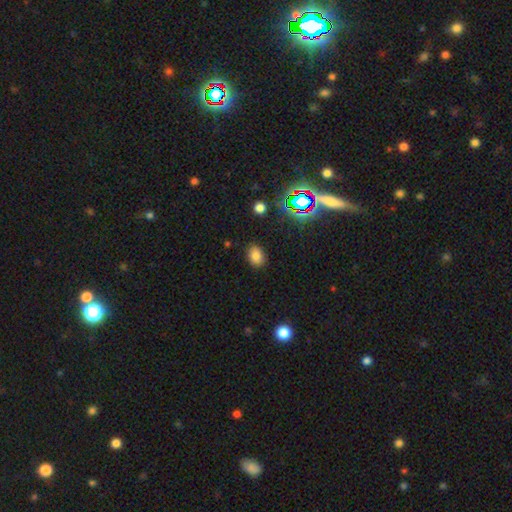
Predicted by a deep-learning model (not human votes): Smooth or featured?
  - smooth: 78% *
  - star or artifact: 16%
  - featured or disk: 6%
How rounded?
  - in between: 75% *
  - round: 23%
  - cigar-shaped: 1%
Merging?
  - none: 86% *
  - minor disturbance: 10%
  - major disturbance: 3%
  - merger: 1%